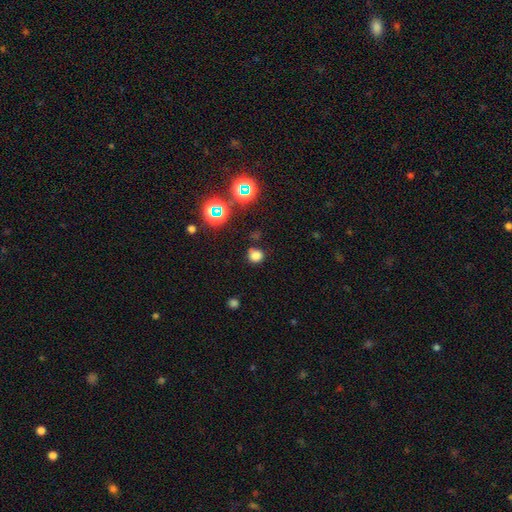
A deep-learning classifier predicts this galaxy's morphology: type=smooth (74%); roundness=round (86%); merging=none (79%).